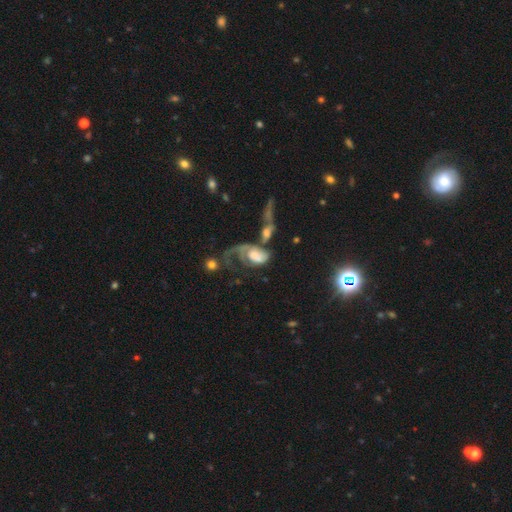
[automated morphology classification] Smooth or featured: featured or disk — 67% (smooth — 25%)
Edge-on disk: no — 96% (yes — 4%)
Bar: no — 66% (weak — 27%)
Spiral arms: yes — 82% (no — 18%)
Spiral winding: loose — 46% (medium — 32%)
Spiral arm count: 1 — 67% (2 — 19%)
Bulge size: moderate — 34% (large — 30%)
Merging: merger — 38% (tied with major disturbance — 38%)